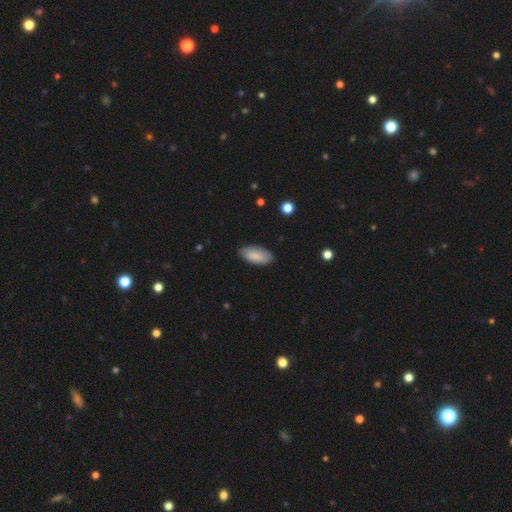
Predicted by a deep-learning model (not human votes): This appears to be a smooth galaxy with no disk features (87%) that is in between round and cigar-shaped (90%). Merging: none (86%).